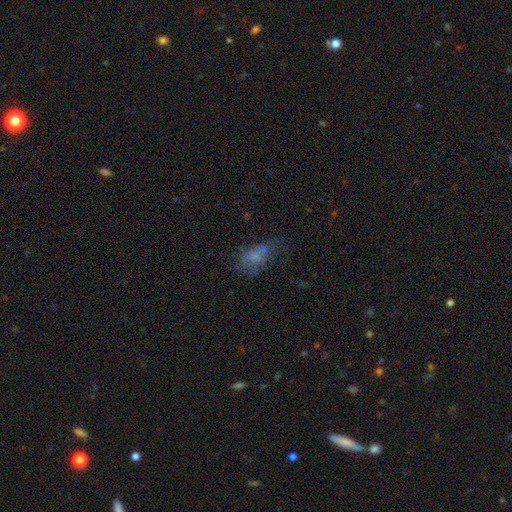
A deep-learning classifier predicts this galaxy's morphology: smooth-or-featured: smooth: 56% | featured or disk: 29% | star or artifact: 16%
  how-rounded: in between: 83% | cigar-shaped: 9% | round: 8%
  merging: none: 40% | major disturbance: 30% | minor disturbance: 25% | merger: 5%